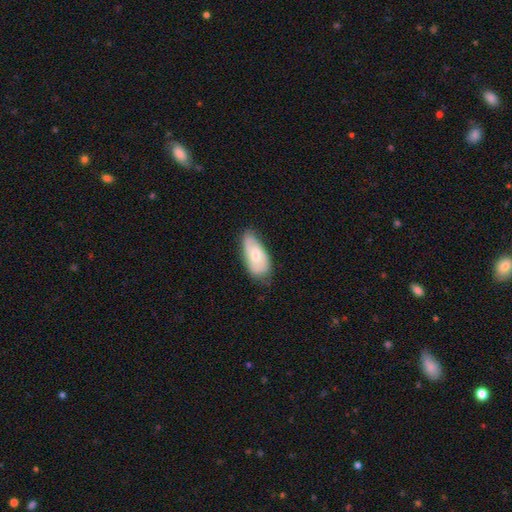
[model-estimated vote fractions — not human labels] Smooth or featured?
  - smooth: 57% *
  - featured or disk: 37%
  - star or artifact: 6%
How rounded?
  - in between: 89% *
  - cigar-shaped: 8%
  - round: 3%
Merging?
  - none: 66% *
  - minor disturbance: 28%
  - major disturbance: 5%
  - merger: 1%